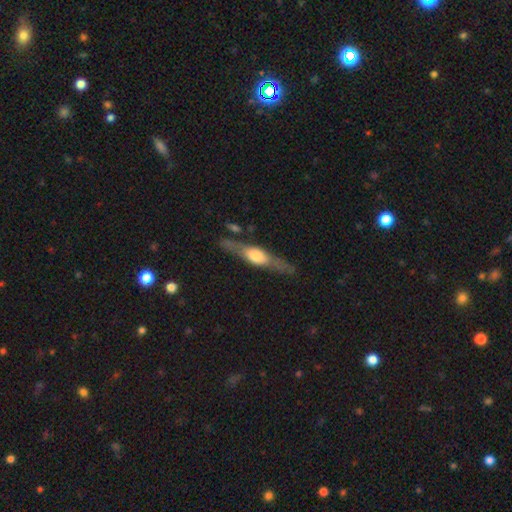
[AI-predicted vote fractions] smooth_or_featured: featured or disk (p=0.67) [alt: smooth p=0.27]
disk_edge_on: yes (p=0.92) [alt: no p=0.08]
edge_on_bulge: rounded (p=0.84) [alt: boxy p=0.12]
merging: none (p=0.77) [alt: minor disturbance p=0.14]